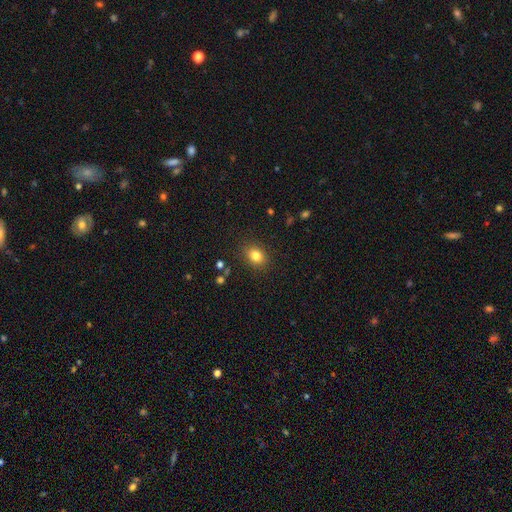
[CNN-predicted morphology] Smooth or featured? Predicted: smooth (p=0.82). How rounded? Predicted: in between (p=0.56). Merging? Predicted: none (p=0.87).